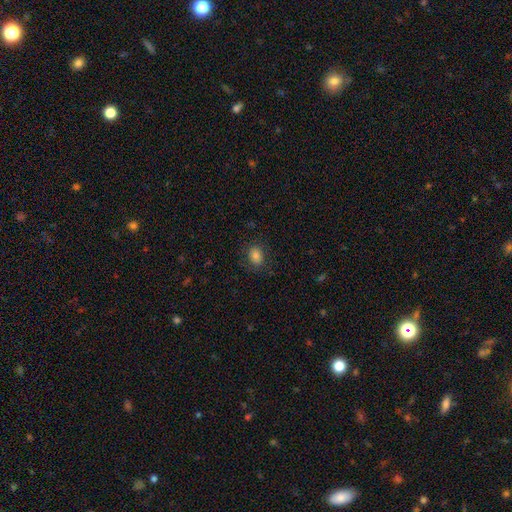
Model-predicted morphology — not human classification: A smooth galaxy with no disk features (82%) that is in between round and cigar-shaped (68%).

Vote fractions:
- Smooth or featured? smooth: 82% / star or artifact: 10% / featured or disk: 8%
- How rounded? in between: 68% / round: 31% / cigar-shaped: 1%
- Merging? none: 80% / minor disturbance: 14% / major disturbance: 5% / merger: 1%